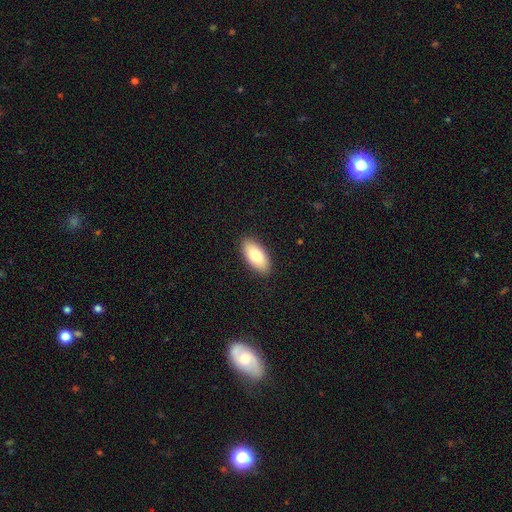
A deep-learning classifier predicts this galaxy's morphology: smooth_or_featured: smooth (p=0.81) [alt: featured or disk p=0.12]
how_rounded: in between (p=0.91) [alt: cigar-shaped p=0.07]
merging: none (p=0.89) [alt: minor disturbance p=0.08]